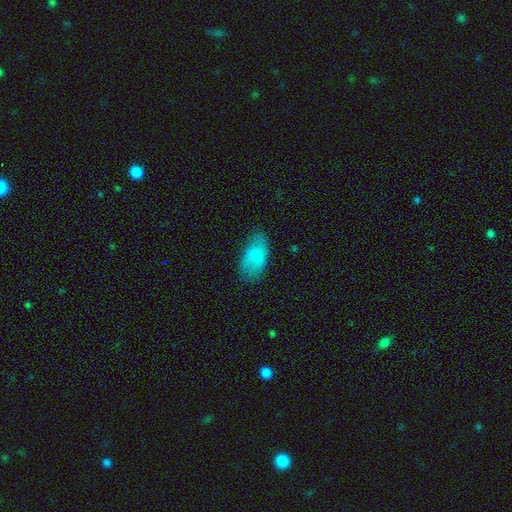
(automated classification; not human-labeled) This is likely a smooth galaxy (77%). How rounded: clearly in between (94%). Merging: likely none (72%).